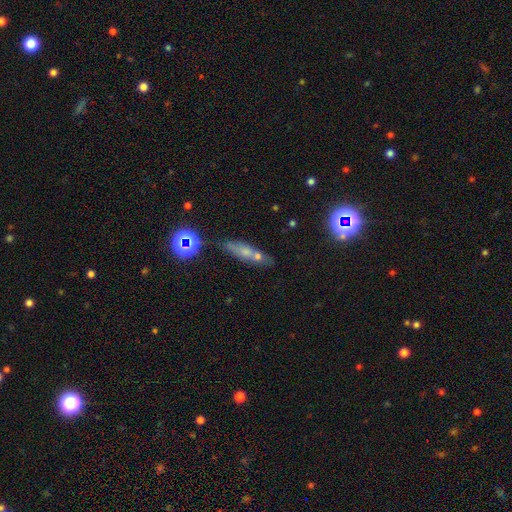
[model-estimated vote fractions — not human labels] A smooth galaxy with no disk features (47%). Merging: none (59%).